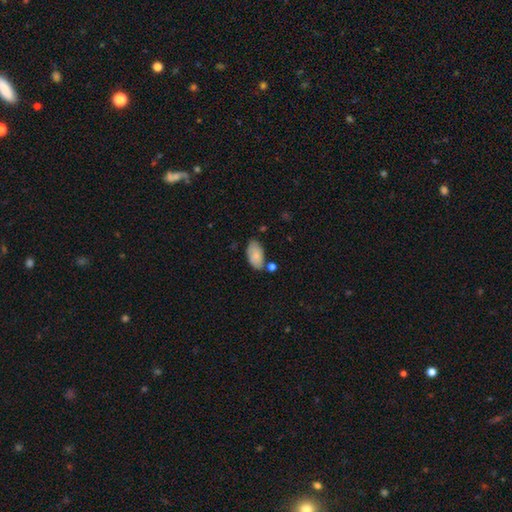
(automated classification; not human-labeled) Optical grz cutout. It shows a smooth galaxy with no disk features (82%) that is in between round and cigar-shaped (95%). Merging: none (67%).